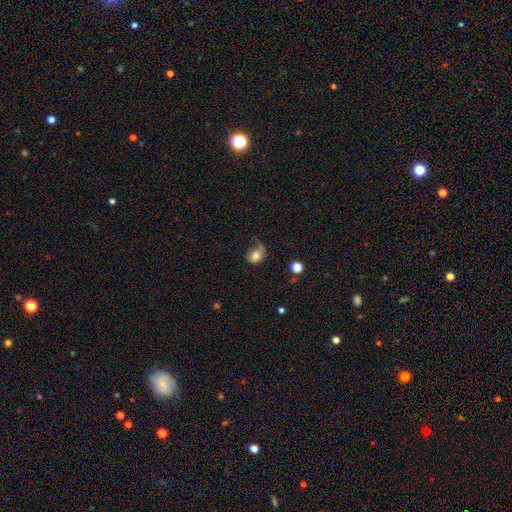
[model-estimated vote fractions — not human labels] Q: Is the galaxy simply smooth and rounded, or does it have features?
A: smooth — 68%.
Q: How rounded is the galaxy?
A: round — 50%.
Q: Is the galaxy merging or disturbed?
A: major disturbance — 35%.